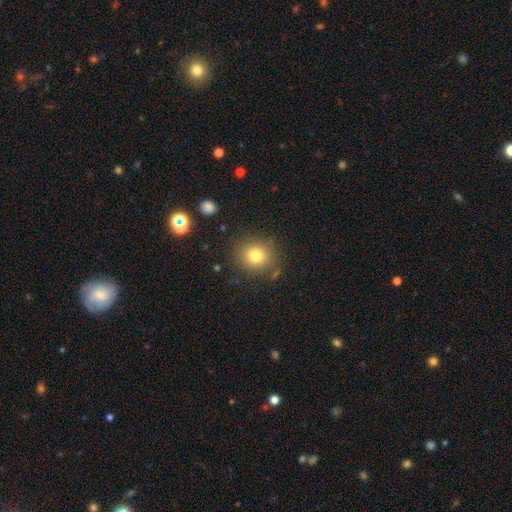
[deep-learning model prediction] Smooth or featured? Predicted: smooth (p=0.77). How rounded? Predicted: round (p=0.85). Merging? Predicted: none (p=0.84).